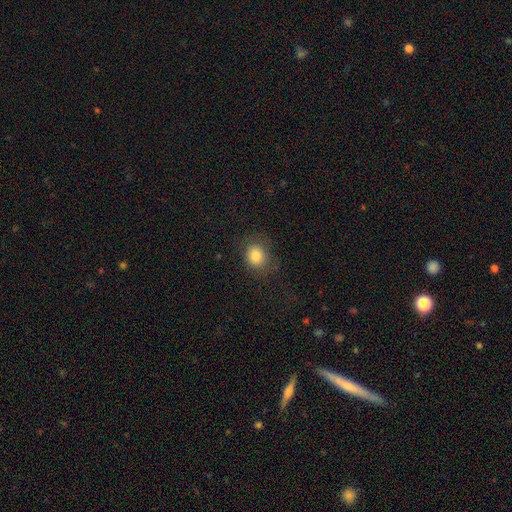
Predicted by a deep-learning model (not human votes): A smooth galaxy with no disk features (82%) that is round (66%).

Vote fractions:
- Smooth or featured? smooth: 82% / star or artifact: 11% / featured or disk: 7%
- How rounded? round: 66% / in between: 33% / cigar-shaped: 1%
- Merging? none: 78% / minor disturbance: 15% / major disturbance: 6% / merger: 1%